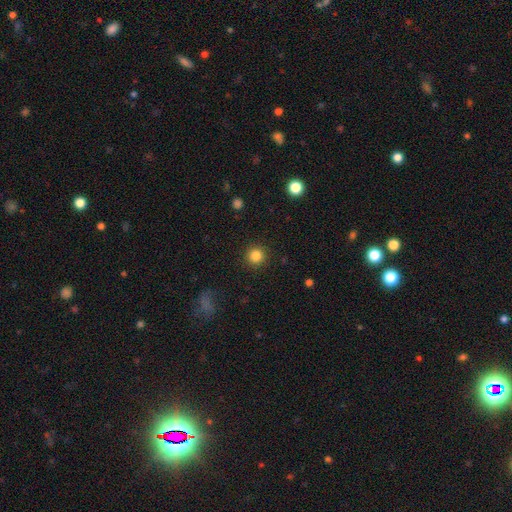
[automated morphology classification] smooth-or-featured: smooth: 85% | star or artifact: 11% | featured or disk: 4%
  how-rounded: round: 95% | in between: 4% | cigar-shaped: 1%
  merging: none: 91% | minor disturbance: 5% | major disturbance: 2% | merger: 1%